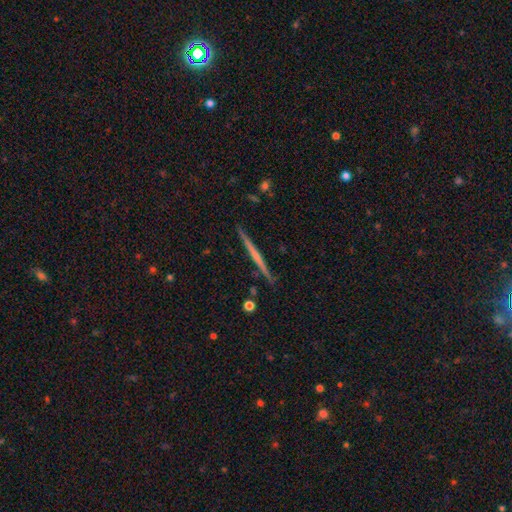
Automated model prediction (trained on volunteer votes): This appears to be a featured or disk galaxy (62%) viewed edge-on (98%) with no central bulge (79%). Merging: none (91%).